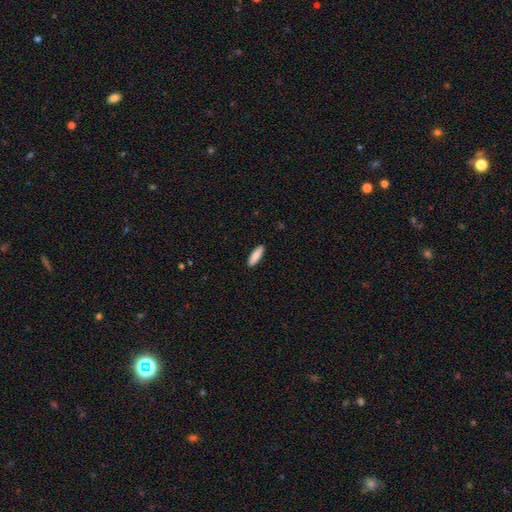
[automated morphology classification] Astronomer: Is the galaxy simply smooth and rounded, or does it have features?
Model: smooth — 87%.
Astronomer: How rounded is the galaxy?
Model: cigar-shaped — 55% (runner-up: in between, 44%).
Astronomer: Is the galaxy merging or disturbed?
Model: none — 90%.